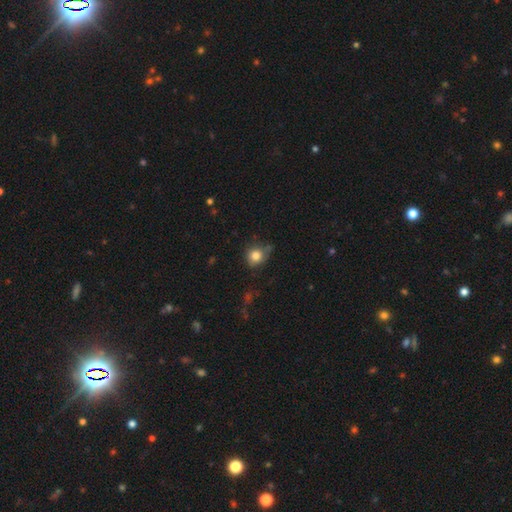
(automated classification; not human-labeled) Smooth or featured? smooth (82%)
How rounded? round (82%)
Merging? none (65%)